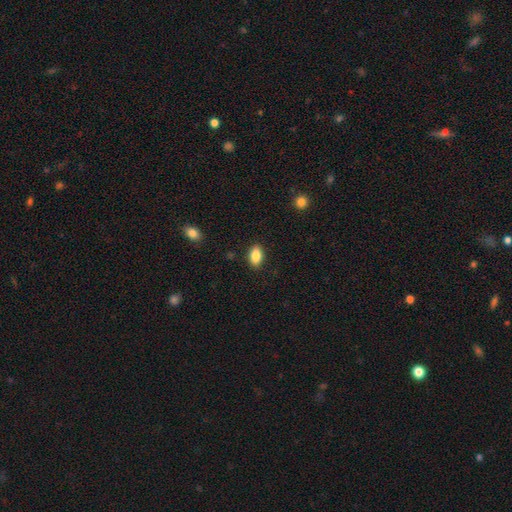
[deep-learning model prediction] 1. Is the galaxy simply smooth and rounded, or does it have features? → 86% smooth, 8% star or artifact, 6% featured or disk.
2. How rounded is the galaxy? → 90% in between, 7% round, 3% cigar-shaped.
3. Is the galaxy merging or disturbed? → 88% none, 8% minor disturbance, 2% major disturbance, 1% merger.